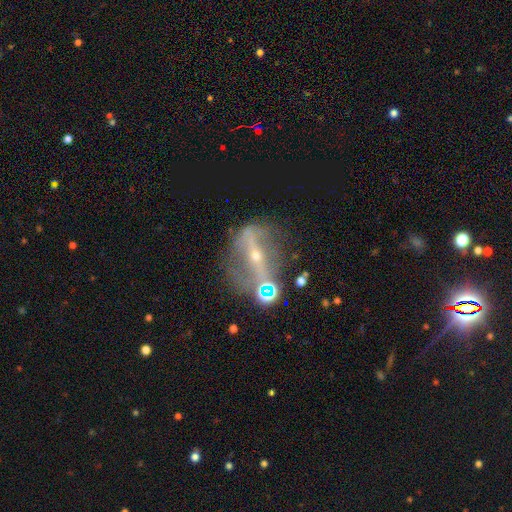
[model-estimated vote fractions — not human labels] Smooth or featured: featured or disk — 77% (smooth — 12%)
Edge-on disk: no — 73% (yes — 27%)
Bar: strong — 72% (weak — 15%)
Spiral arms: no — 53% (yes — 47%)
Bulge size: small — 67% (moderate — 29%)
Merging: none — 57% (minor disturbance — 19%)